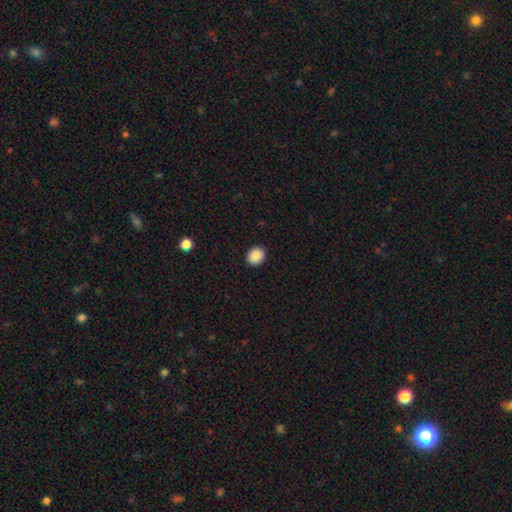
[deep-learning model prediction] Overall: smooth (89%). How rounded: round (65%; in between 34%). Merging: none (91%).